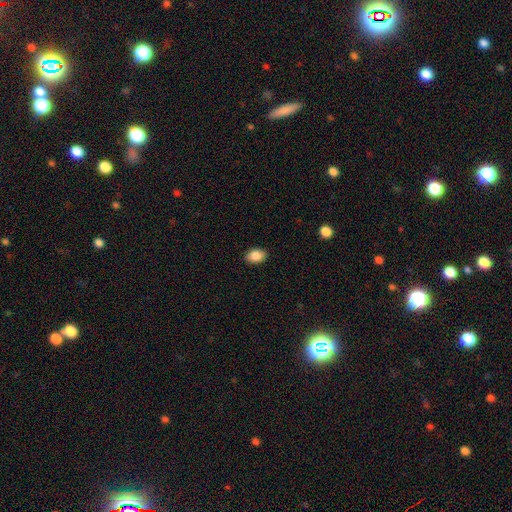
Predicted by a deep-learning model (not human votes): smooth-or-featured: smooth: 88% | star or artifact: 8% | featured or disk: 5%
  how-rounded: in between: 84% | round: 15% | cigar-shaped: 1%
  merging: none: 89% | minor disturbance: 8% | major disturbance: 2% | merger: 1%